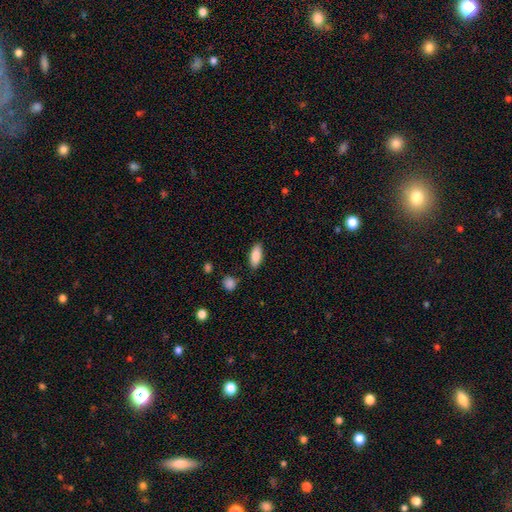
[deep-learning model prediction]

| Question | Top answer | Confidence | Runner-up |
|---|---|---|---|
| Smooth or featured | smooth | 87% | featured or disk (7%) |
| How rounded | in between | 81% | cigar-shaped (17%) |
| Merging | none | 85% | minor disturbance (11%) |